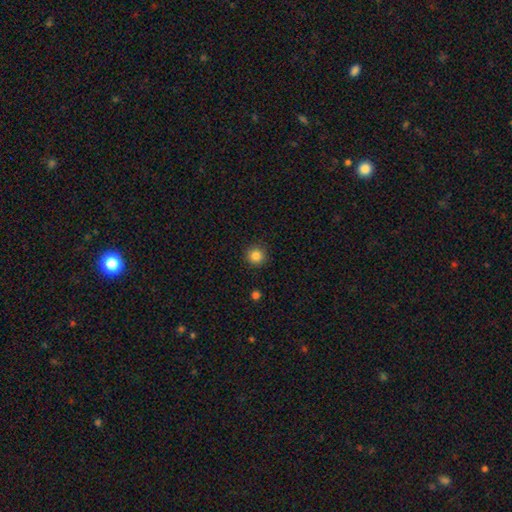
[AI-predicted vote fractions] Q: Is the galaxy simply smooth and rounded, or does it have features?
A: smooth — 85%.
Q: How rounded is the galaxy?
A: round — 94%.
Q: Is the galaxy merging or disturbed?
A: none — 91%.